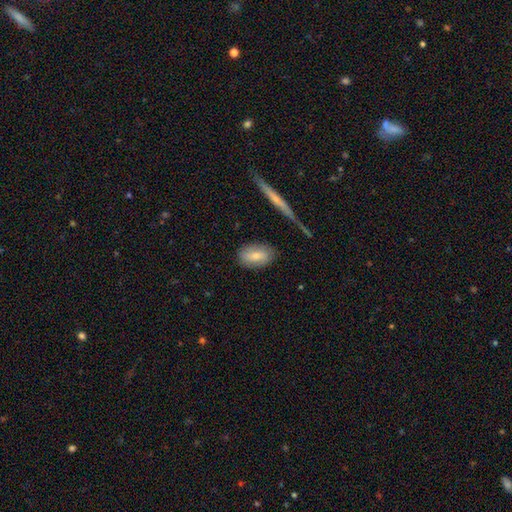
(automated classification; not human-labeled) smooth_or_featured: smooth (p=0.70) [alt: featured or disk p=0.23]
how_rounded: in between (p=0.87) [alt: round p=0.08]
merging: none (p=0.82) [alt: minor disturbance p=0.13]